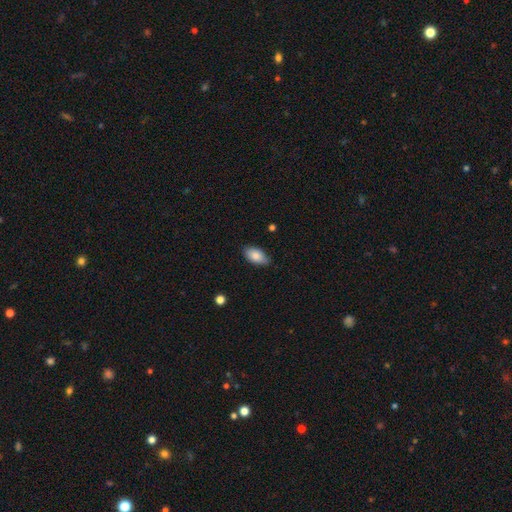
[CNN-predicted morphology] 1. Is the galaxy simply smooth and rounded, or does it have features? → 85% smooth, 9% featured or disk, 7% star or artifact.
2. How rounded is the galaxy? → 94% in between, 4% round, 3% cigar-shaped.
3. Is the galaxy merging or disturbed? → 83% none, 14% minor disturbance, 2% major disturbance, 1% merger.